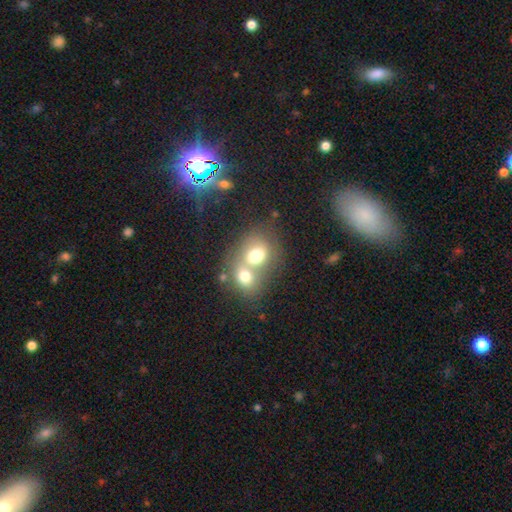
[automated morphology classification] smooth_or_featured: smooth (p=0.68) [alt: featured or disk p=0.21]
how_rounded: round (p=0.56) [alt: in between p=0.43]
merging: merger (p=0.68) [alt: none p=0.21]